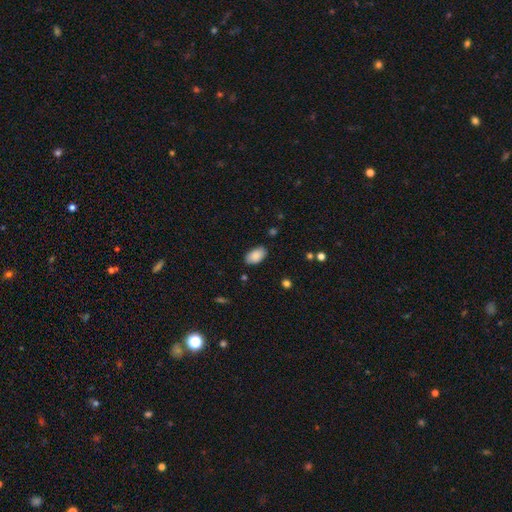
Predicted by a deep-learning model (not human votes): This is clearly a smooth galaxy (87%). How rounded: clearly in between (95%). Merging: clearly none (85%).